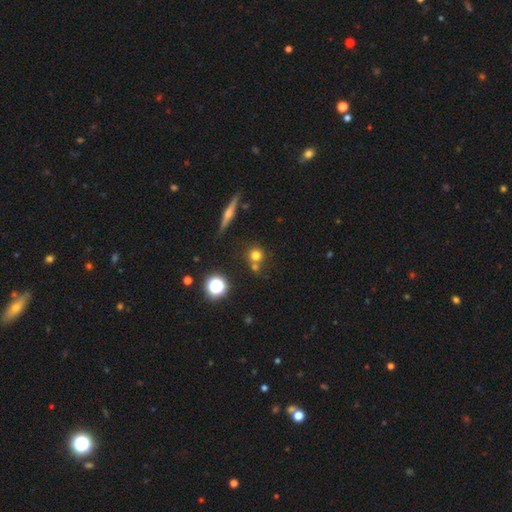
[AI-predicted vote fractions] Morphology: type=smooth (69%); roundness=round (89%); merging=none (58%).